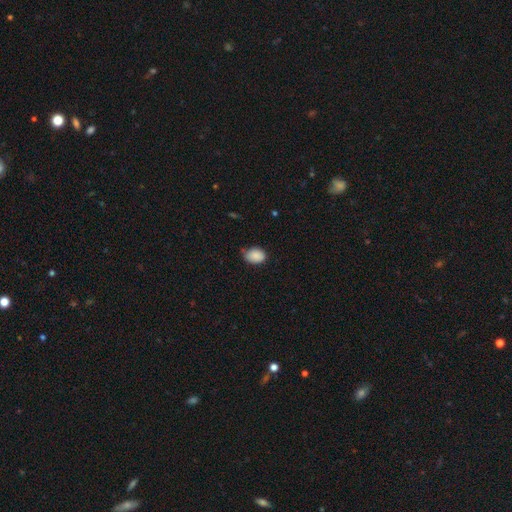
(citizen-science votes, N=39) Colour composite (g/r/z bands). It shows a smooth galaxy with no disk features (85%) that is in between round and cigar-shaped (67%). Merging: none (81%).